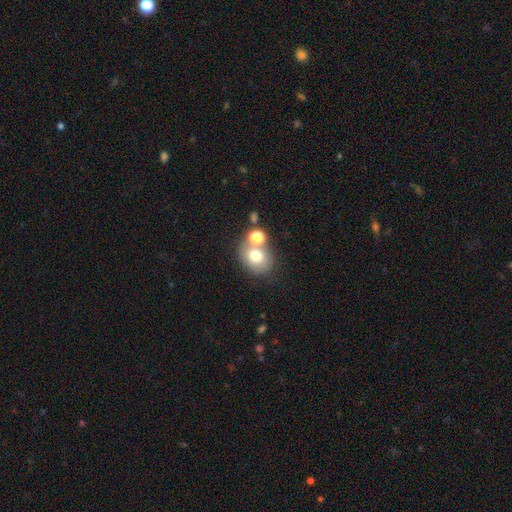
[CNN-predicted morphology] Smooth or featured: smooth — 72% (featured or disk — 16%)
How rounded: round — 58% (in between — 41%)
Merging: none — 53% (merger — 29%)